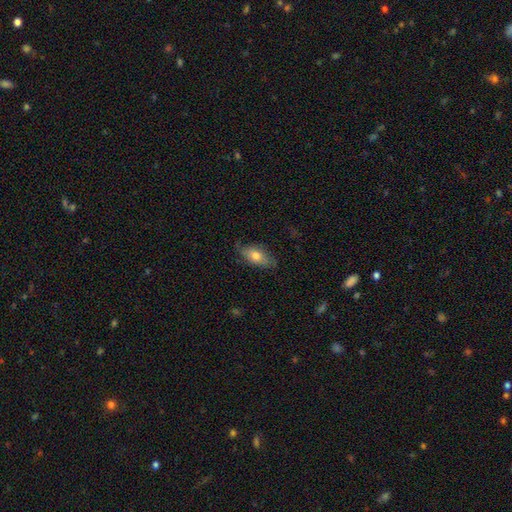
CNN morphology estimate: Smooth or featured?
  - smooth: 67% *
  - featured or disk: 26%
  - star or artifact: 7%
How rounded?
  - in between: 84% *
  - cigar-shaped: 12%
  - round: 4%
Merging?
  - none: 72% *
  - minor disturbance: 22%
  - major disturbance: 5%
  - merger: 1%